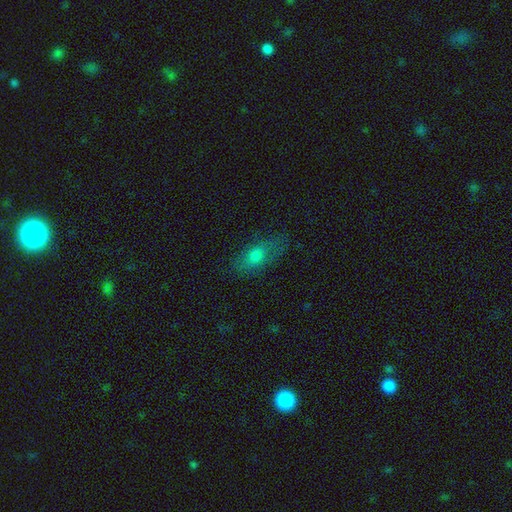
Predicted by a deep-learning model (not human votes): The model was most divided on "smooth or featured": smooth: 69%, featured or disk: 21%, star or artifact: 10%. More confident: how rounded — in between (77%); merging — none (72%).